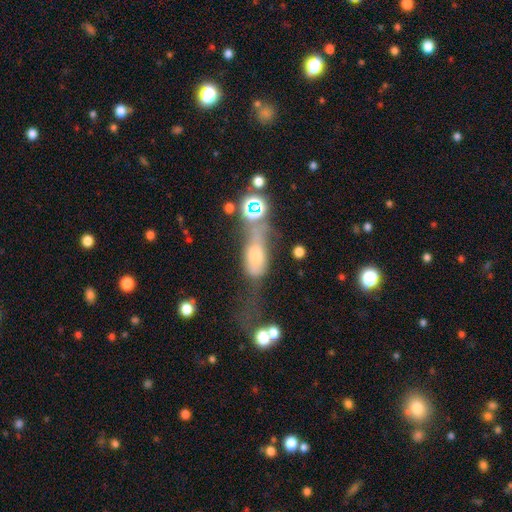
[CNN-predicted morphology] type=smooth (53%); roundness=in between (75%); merging=major disturbance (38%).